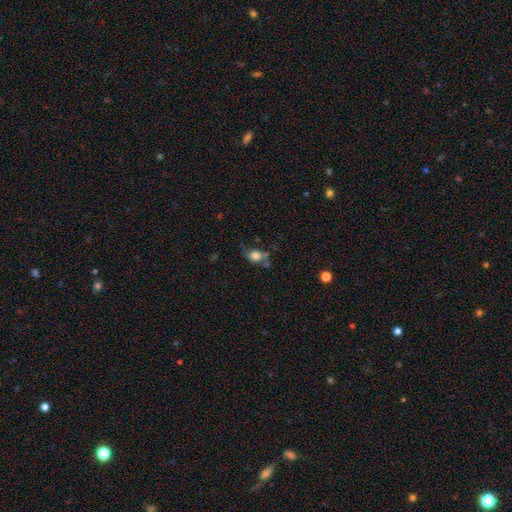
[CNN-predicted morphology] Smooth or featured: smooth — 72% (featured or disk — 18%)
How rounded: in between — 71% (round — 26%)
Merging: none — 46% (minor disturbance — 29%)